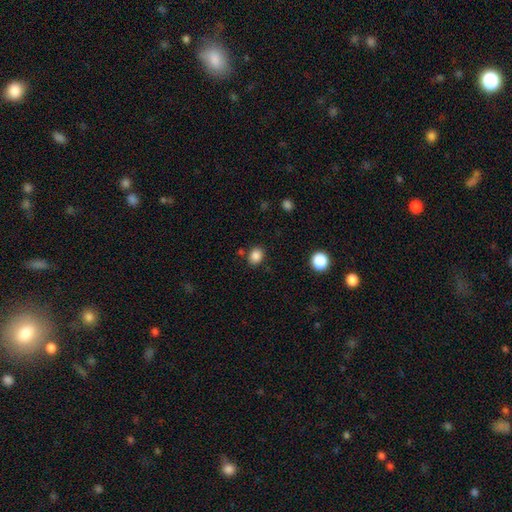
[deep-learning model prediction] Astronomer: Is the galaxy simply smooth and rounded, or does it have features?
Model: smooth — 86%.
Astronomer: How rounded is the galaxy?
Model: round — 53% (runner-up: in between, 46%).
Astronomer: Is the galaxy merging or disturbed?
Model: none — 81%.